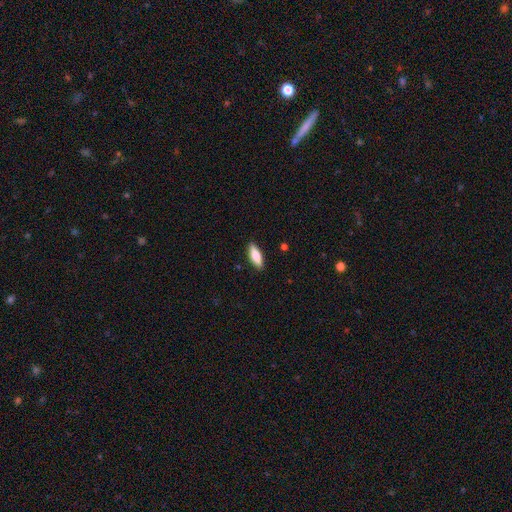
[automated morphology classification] smooth-or-featured: smooth: 79% | featured or disk: 15% | star or artifact: 6%
  how-rounded: in between: 68% | cigar-shaped: 30% | round: 2%
  merging: none: 89% | minor disturbance: 9% | major disturbance: 2% | merger: 1%